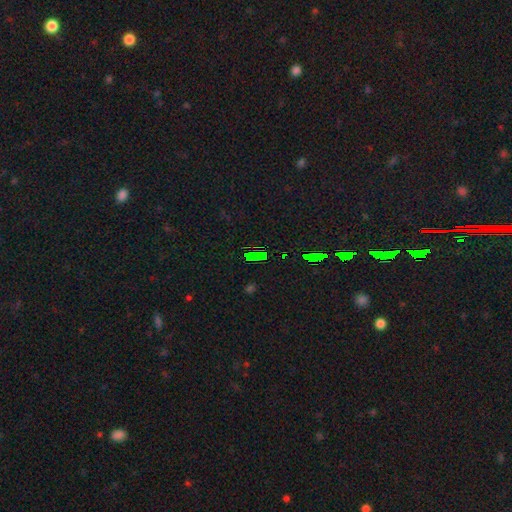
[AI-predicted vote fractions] This appears to be a star or artifact, not a galaxy (65%).